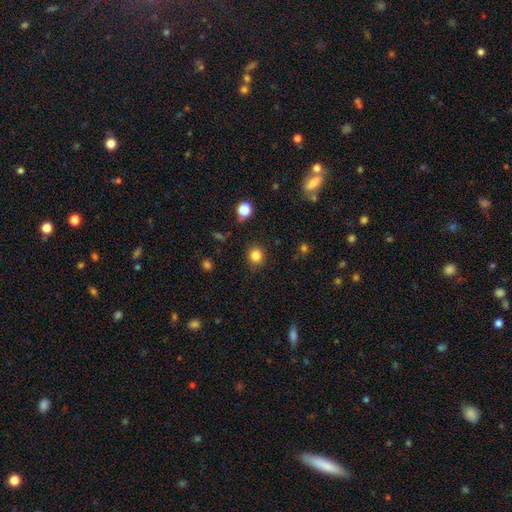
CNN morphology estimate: The model was most divided on "how rounded": round: 84%, in between: 15%, cigar-shaped: 1%. More confident: merging — none (86%); smooth or featured — smooth (83%).